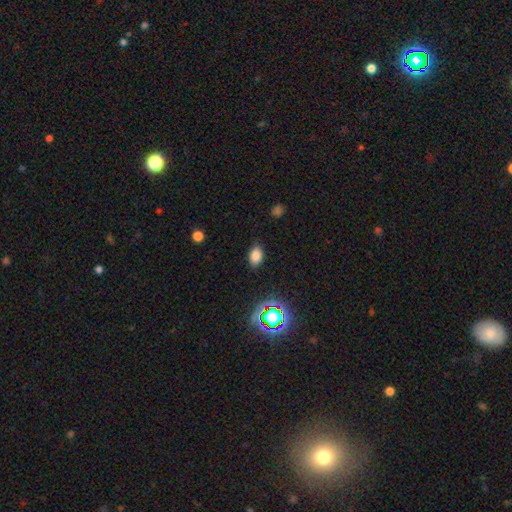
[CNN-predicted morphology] This appears to be a smooth galaxy with no disk features (80%) that is in between round and cigar-shaped (86%). Merging: none (85%).